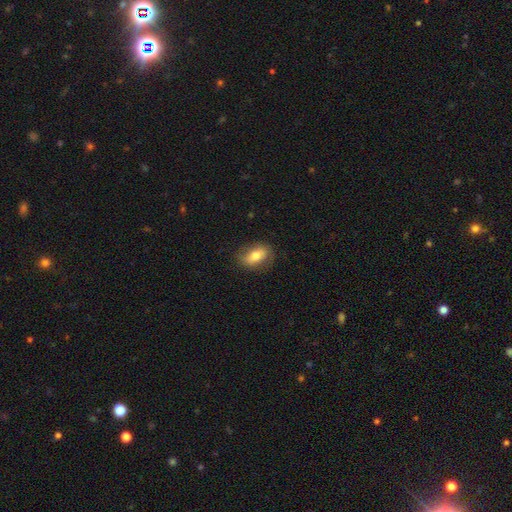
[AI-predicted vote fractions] Morphology: type=smooth (69%); roundness=in between (85%); merging=none (78%).